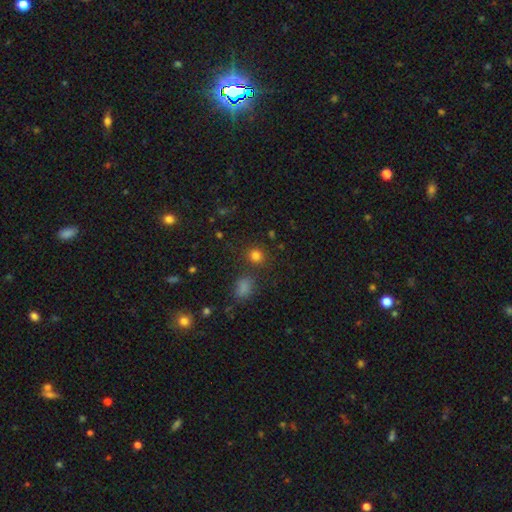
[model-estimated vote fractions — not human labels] A smooth galaxy with no disk features (79%) that is round (86%). Merging: none (80%).